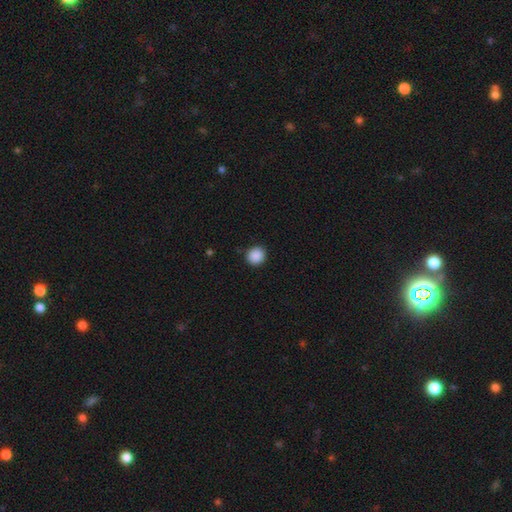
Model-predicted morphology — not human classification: This is clearly a smooth galaxy (89%). How rounded: clearly round (89%). Merging: clearly none (90%).